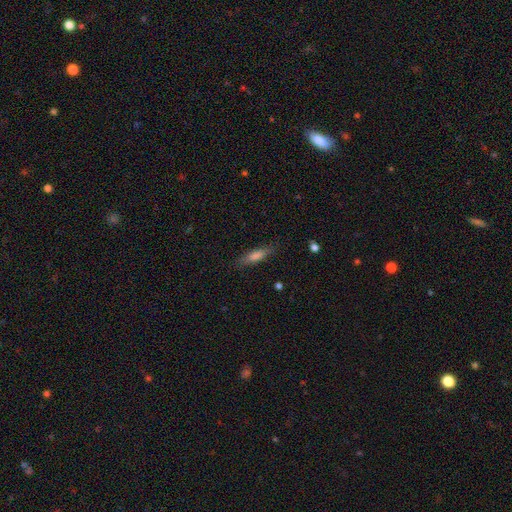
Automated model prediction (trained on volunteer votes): smooth 64%, featured or disk 26%, star or artifact 9%. Down the decision tree: how rounded — cigar-shaped (74%); merging — none (83%).